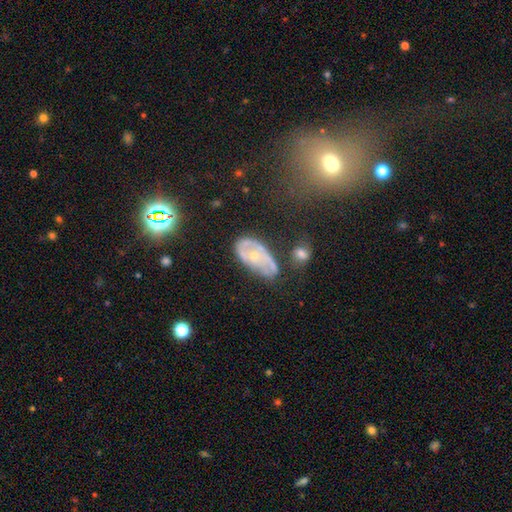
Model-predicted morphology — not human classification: This is likely a featured or disk galaxy (63%). It is clearly not viewed edge-on (94%). Bar: clearly no (83%). Spiral arm pattern: possibly yes (54%). Central bulge: likely small (66%). Merging: marginally none (41%).